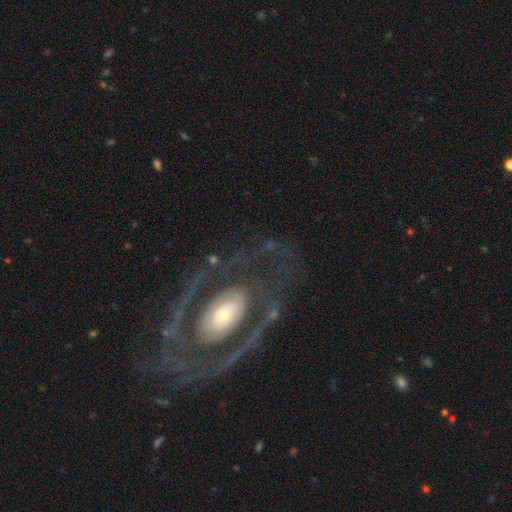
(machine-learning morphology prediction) Smooth or featured? featured or disk (79%)
Edge-on disk? no (93%)
Bar? no (63%)
Spiral arms? yes (68%)
Spiral winding? tight (51%)
Spiral arm count? 2 (56%)
Bulge size? small (44%)
Merging? none (72%)